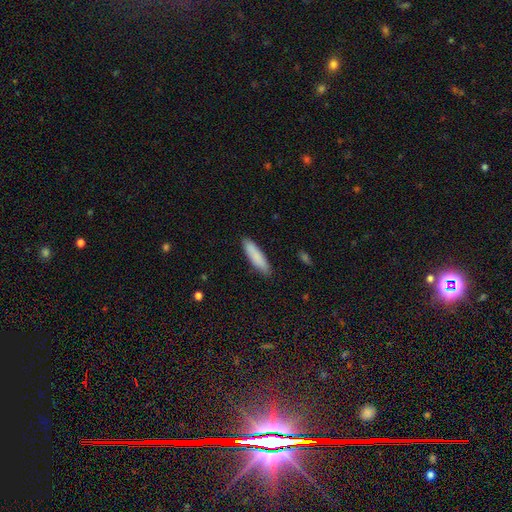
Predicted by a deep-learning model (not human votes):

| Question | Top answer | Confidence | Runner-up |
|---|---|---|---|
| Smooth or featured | smooth | 86% | featured or disk (8%) |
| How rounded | cigar-shaped | 74% | in between (25%) |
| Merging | none | 89% | minor disturbance (9%) |